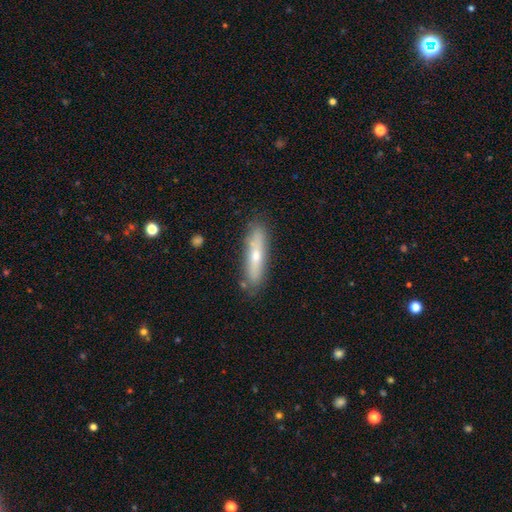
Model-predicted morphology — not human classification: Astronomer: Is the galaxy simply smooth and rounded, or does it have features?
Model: smooth — 53% (runner-up: featured or disk, 41%).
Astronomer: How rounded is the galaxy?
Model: cigar-shaped — 74%.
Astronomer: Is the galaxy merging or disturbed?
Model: none — 79%.